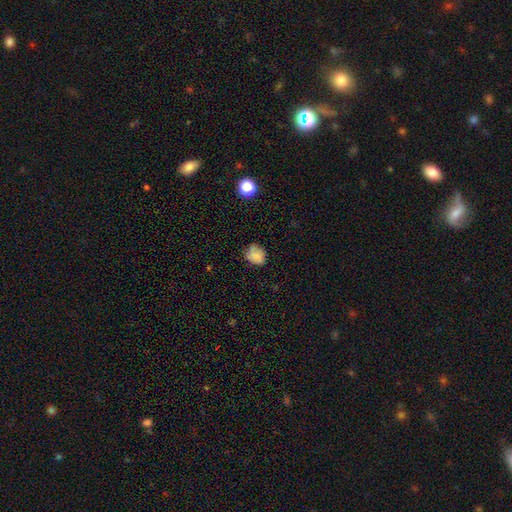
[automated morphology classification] smooth-or-featured: smooth: 81% | star or artifact: 11% | featured or disk: 9%
  how-rounded: round: 59% | in between: 40% | cigar-shaped: 1%
  merging: none: 64% | minor disturbance: 27% | major disturbance: 6% | merger: 2%